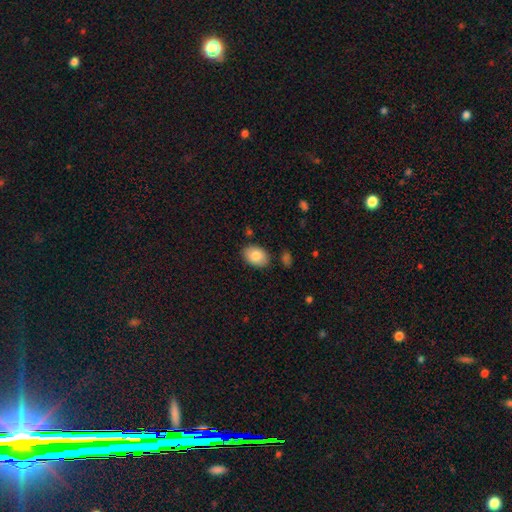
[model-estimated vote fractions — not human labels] smooth-or-featured: smooth: 84% | featured or disk: 9% | star or artifact: 7%
  how-rounded: in between: 83% | round: 16% | cigar-shaped: 1%
  merging: none: 84% | minor disturbance: 11% | merger: 3% | major disturbance: 2%